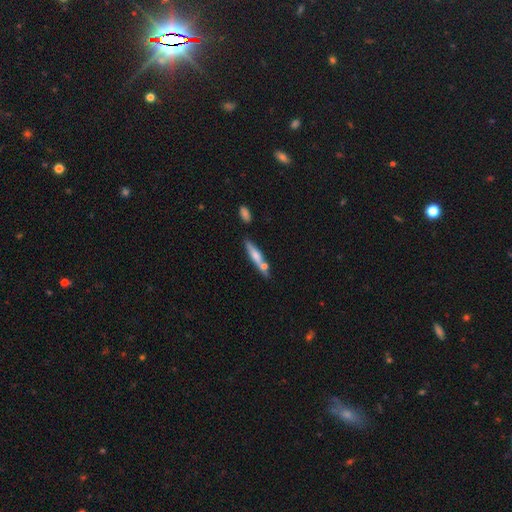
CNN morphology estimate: This appears to be a smooth galaxy with no disk features (56%) that is cigar-shaped (86%). Merging: none (63%).